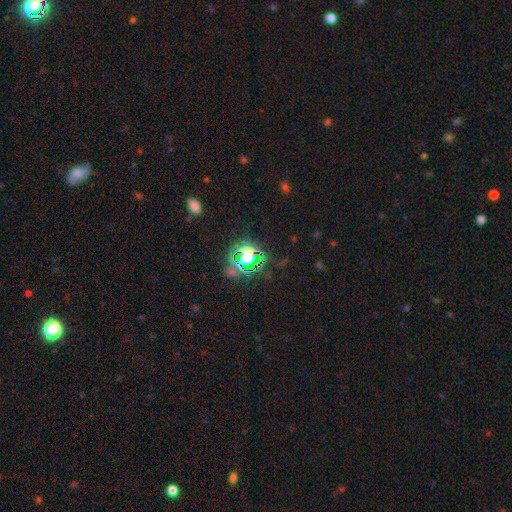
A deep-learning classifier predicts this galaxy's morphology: type=star or artifact (74%).